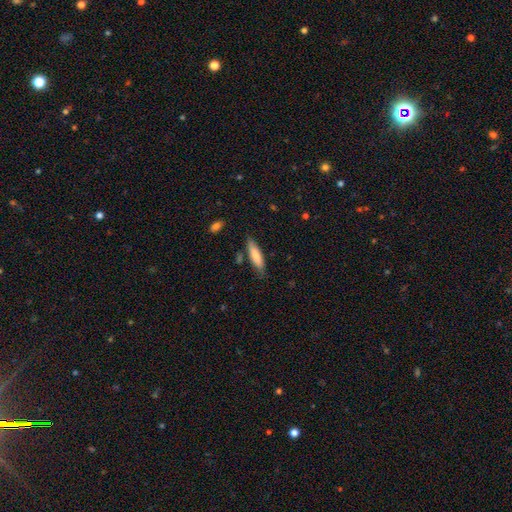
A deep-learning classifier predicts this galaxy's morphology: A smooth galaxy with no disk features (77%) that is cigar-shaped (67%). Merging: none (79%).